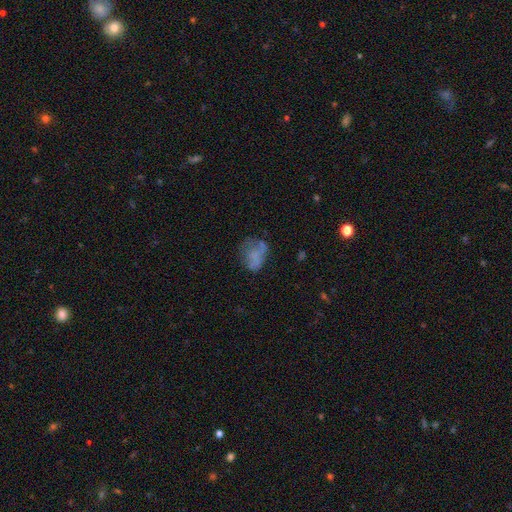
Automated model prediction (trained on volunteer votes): Q: Smooth or featured?
A: smooth (56%); runner-up: featured or disk (31%)
Q: How rounded?
A: in between (62%); runner-up: round (36%)
Q: Merging?
A: none (42%); runner-up: major disturbance (26%)